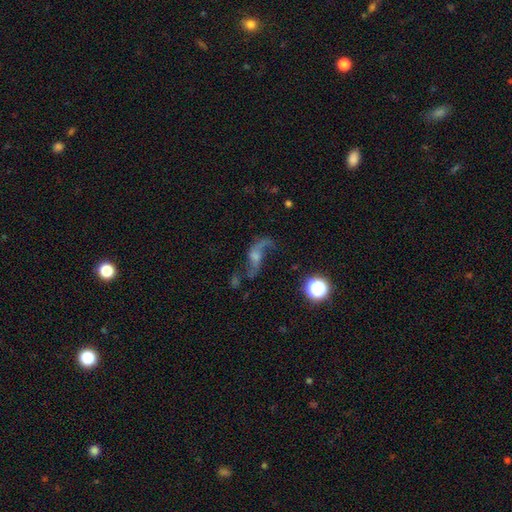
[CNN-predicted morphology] Smooth or featured? Predicted: featured or disk (p=0.74). Edge-on disk? Predicted: no (p=0.92). Bar? Predicted: no (p=0.57). Spiral arms? Predicted: yes (p=0.90). Spiral winding? Predicted: loose (p=0.90). Spiral arm count? Predicted: 2 (p=0.85). Bulge size? Predicted: small (p=0.41). Merging? Predicted: none (p=0.55).